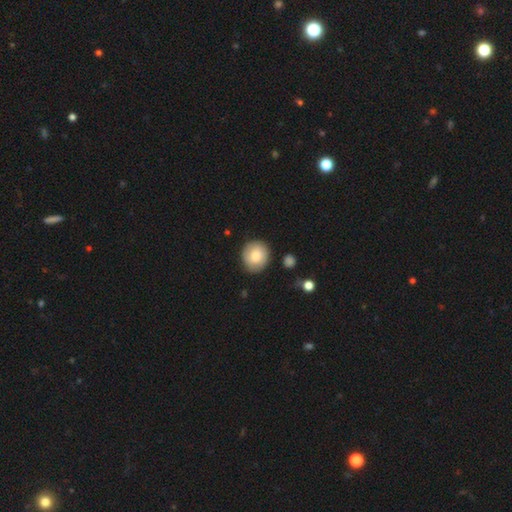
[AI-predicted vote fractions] smooth_or_featured: smooth (p=0.77) [alt: featured or disk p=0.16]
how_rounded: round (p=0.82) [alt: in between p=0.17]
merging: none (p=0.82) [alt: minor disturbance p=0.13]